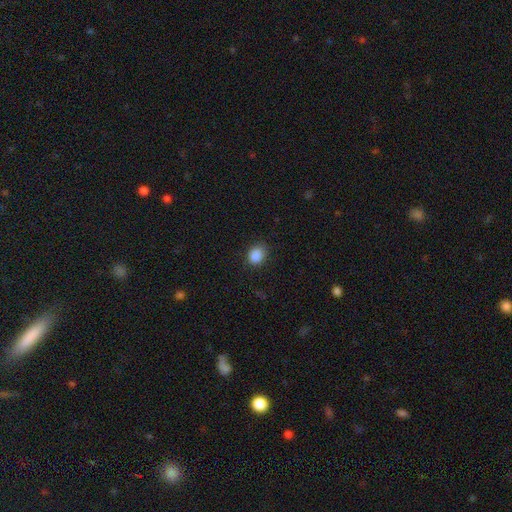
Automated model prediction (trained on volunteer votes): smooth-or-featured: smooth: 87% | star or artifact: 9% | featured or disk: 3%
  how-rounded: round: 52% | in between: 48% | cigar-shaped: 1%
  merging: none: 83% | minor disturbance: 13% | major disturbance: 3% | merger: 1%